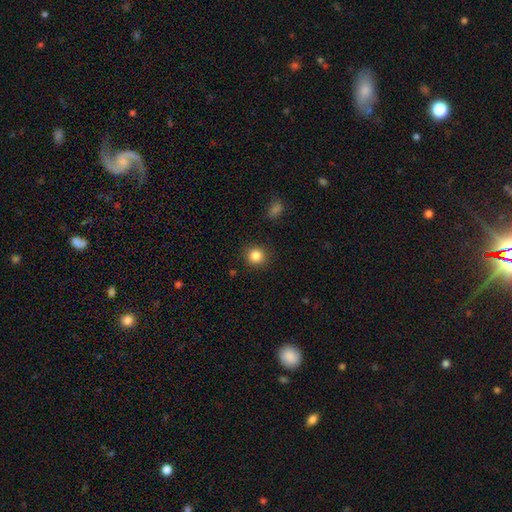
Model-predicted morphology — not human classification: smooth-or-featured: smooth: 85% | star or artifact: 11% | featured or disk: 4%
  how-rounded: round: 92% | in between: 7% | cigar-shaped: 1%
  merging: none: 89% | minor disturbance: 7% | major disturbance: 3% | merger: 1%